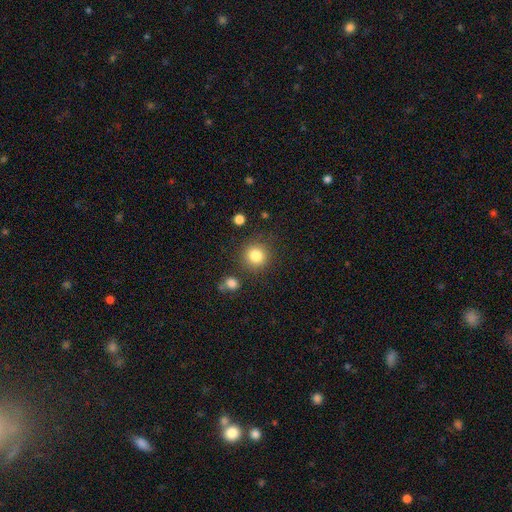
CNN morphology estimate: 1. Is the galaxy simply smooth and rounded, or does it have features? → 84% smooth, 11% star or artifact, 6% featured or disk.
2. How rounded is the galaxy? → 91% round, 8% in between, 1% cigar-shaped.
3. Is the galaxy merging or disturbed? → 84% none, 9% minor disturbance, 4% merger, 3% major disturbance.